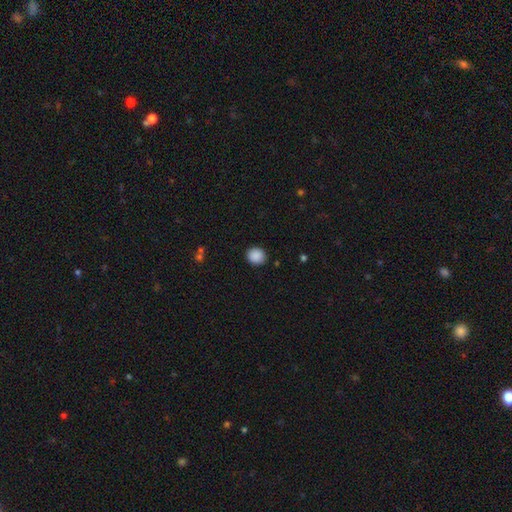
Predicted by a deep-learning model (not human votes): A smooth galaxy with no disk features (89%) that is round (82%). Merging: none (89%).